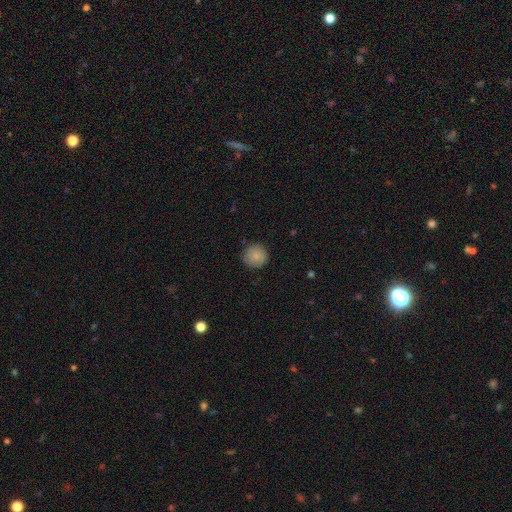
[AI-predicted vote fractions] Morphology: type=smooth (83%); roundness=round (93%); merging=none (87%).